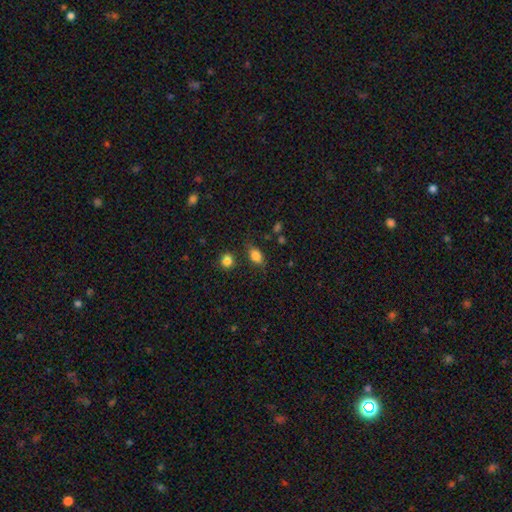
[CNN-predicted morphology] This appears to be a smooth galaxy with no disk features (83%) that is in between round and cigar-shaped (82%). Merging: none (72%).